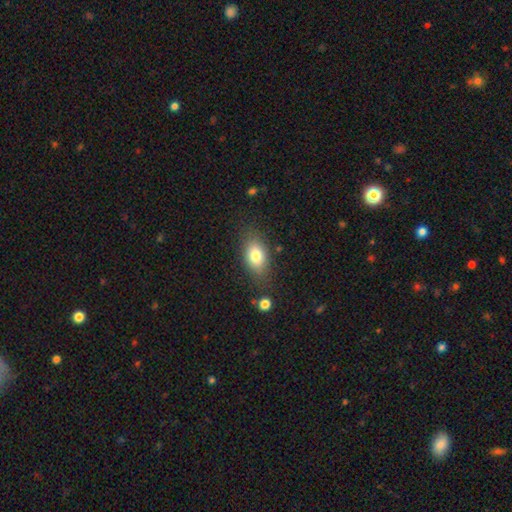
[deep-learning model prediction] smooth_or_featured: smooth (p=0.79) [alt: featured or disk p=0.13]
how_rounded: in between (p=0.85) [alt: round p=0.11]
merging: none (p=0.77) [alt: minor disturbance p=0.15]